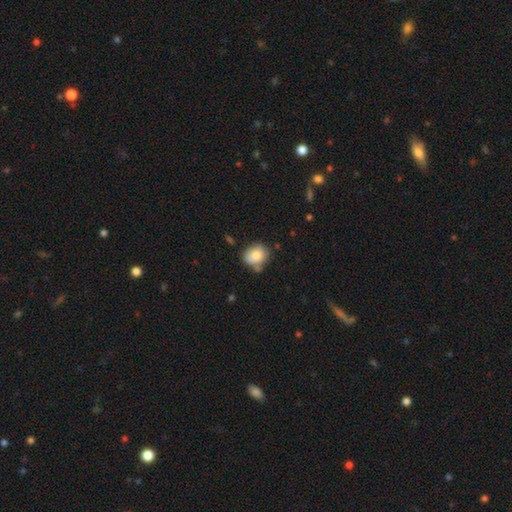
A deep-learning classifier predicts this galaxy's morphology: Smooth or featured?
  - smooth: 80% *
  - featured or disk: 12%
  - star or artifact: 8%
How rounded?
  - round: 57% *
  - in between: 42%
  - cigar-shaped: 1%
Merging?
  - none: 65% *
  - minor disturbance: 20%
  - merger: 10%
  - major disturbance: 4%